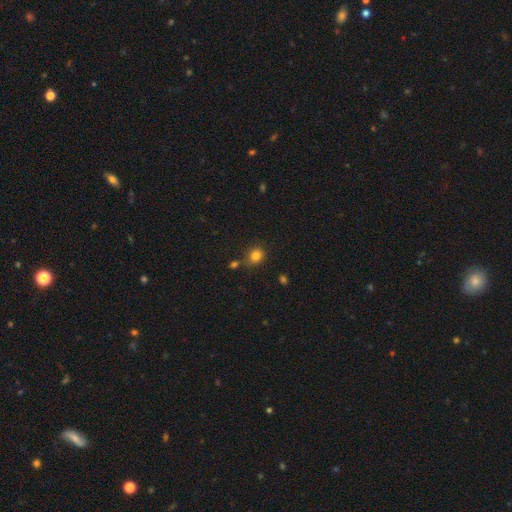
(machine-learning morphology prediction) Smooth or featured? Predicted: smooth (p=0.81). How rounded? Predicted: round (p=0.72). Merging? Predicted: none (p=0.74).